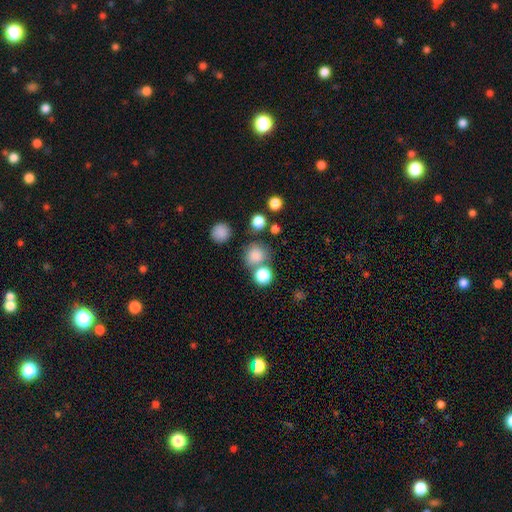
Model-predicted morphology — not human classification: Smooth or featured? Predicted: smooth (p=0.81). How rounded? Predicted: round (p=0.85). Merging? Predicted: none (p=0.62).